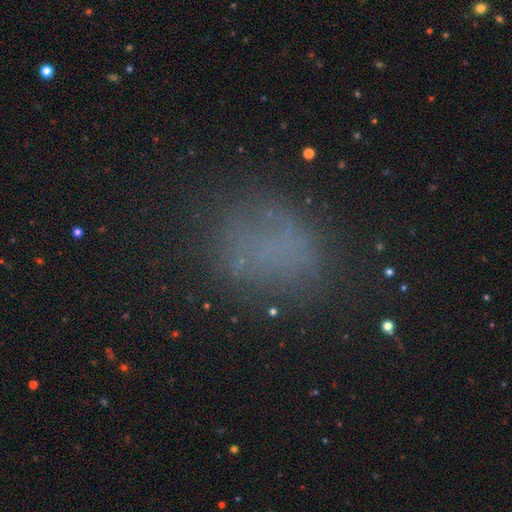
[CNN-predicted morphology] This appears to be a smooth galaxy with no disk features (56%) that is round (51%). Merging: none (69%).